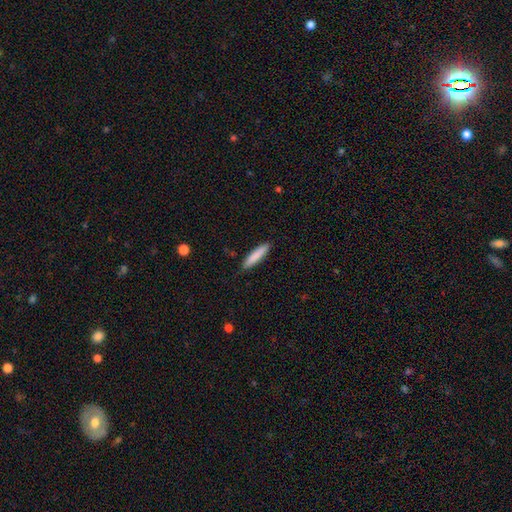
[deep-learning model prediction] A smooth galaxy with no disk features (85%) that is cigar-shaped (86%). Merging: none (88%).